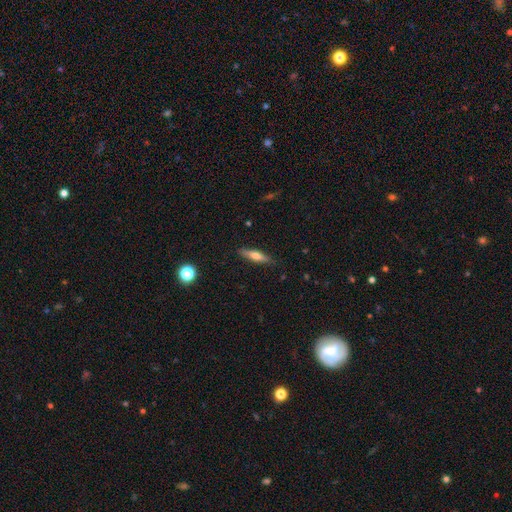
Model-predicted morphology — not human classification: smooth_or_featured: smooth (p=0.52) [alt: featured or disk p=0.41]
how_rounded: cigar-shaped (p=0.78) [alt: in between p=0.20]
merging: none (p=0.86) [alt: minor disturbance p=0.10]